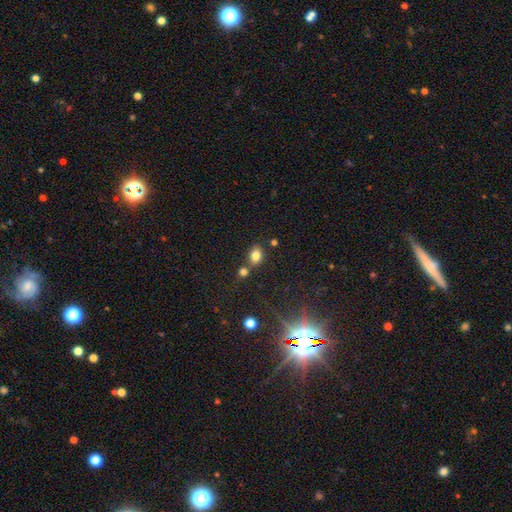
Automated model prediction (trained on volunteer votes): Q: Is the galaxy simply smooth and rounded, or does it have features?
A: smooth — 80%.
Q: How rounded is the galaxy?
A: in between — 70%.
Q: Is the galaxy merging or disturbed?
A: none — 69%.